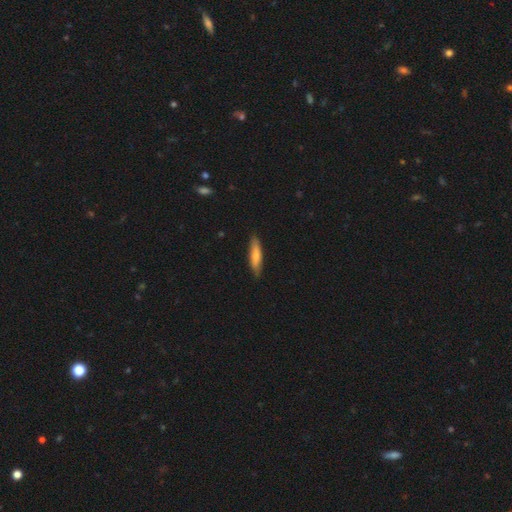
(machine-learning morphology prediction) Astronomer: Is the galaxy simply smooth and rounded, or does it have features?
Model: smooth — 74%.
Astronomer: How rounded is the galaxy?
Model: cigar-shaped — 78%.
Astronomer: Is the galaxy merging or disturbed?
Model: none — 86%.